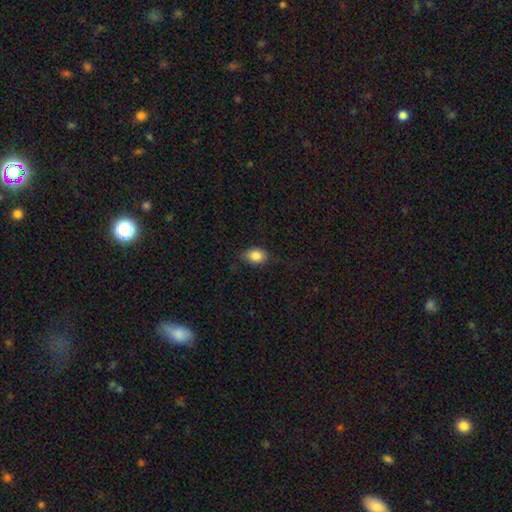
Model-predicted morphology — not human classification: The model was most divided on "how rounded": in between: 72%, round: 27%, cigar-shaped: 1%. More confident: smooth or featured — smooth (85%); merging — none (74%).